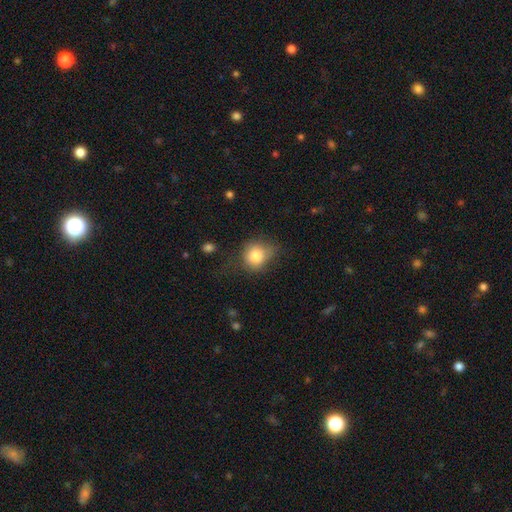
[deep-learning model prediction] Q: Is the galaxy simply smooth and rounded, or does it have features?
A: smooth — 81%.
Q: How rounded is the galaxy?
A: round — 73%.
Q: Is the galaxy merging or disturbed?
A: none — 53%.